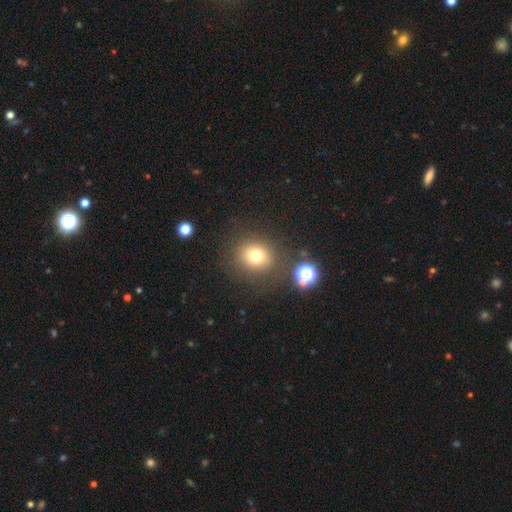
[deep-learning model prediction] Smooth or featured: smooth — 73% (star or artifact — 17%)
How rounded: round — 81% (in between — 18%)
Merging: none — 81% (minor disturbance — 10%)